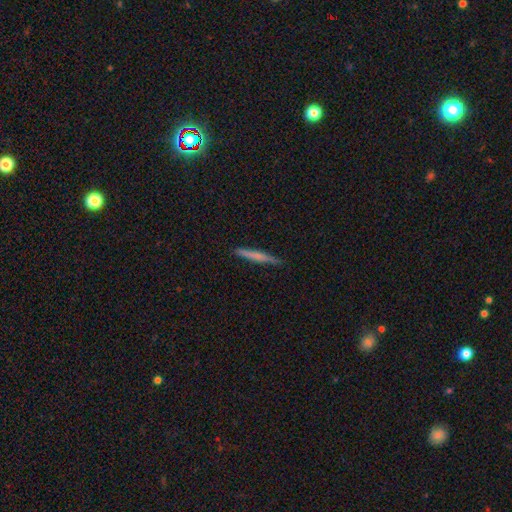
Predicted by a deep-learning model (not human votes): Morphology: type=smooth (58%); roundness=cigar-shaped (95%); merging=none (89%).